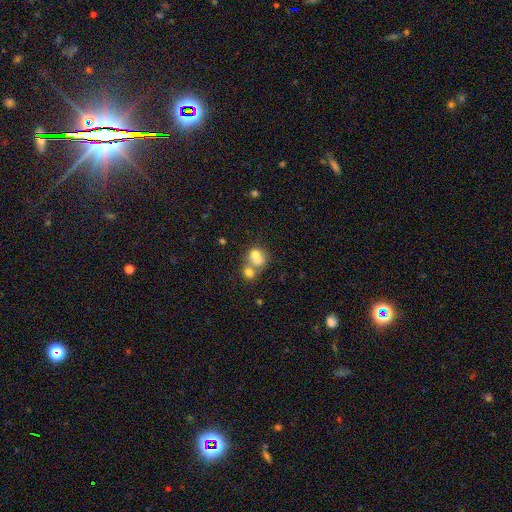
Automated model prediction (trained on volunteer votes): A smooth galaxy with no disk features (69%) that is round (58%). Merging: merger (65%).